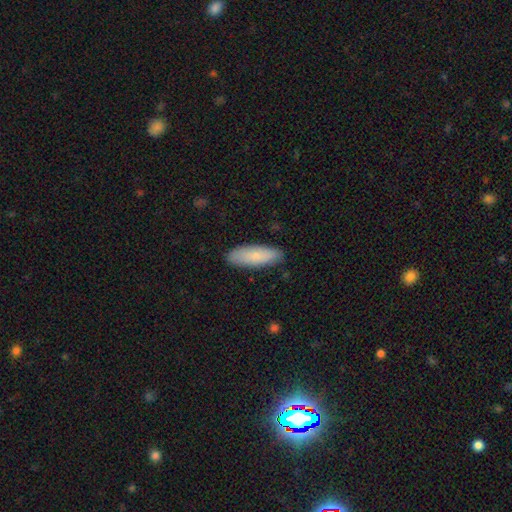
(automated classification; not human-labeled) This is likely a smooth galaxy (79%). How rounded: possibly in between (57%). Merging: clearly none (87%).